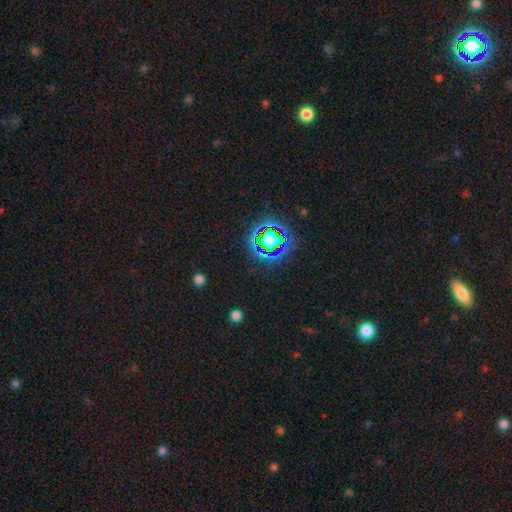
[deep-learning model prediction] This appears to be a star or artifact, not a galaxy (76%).